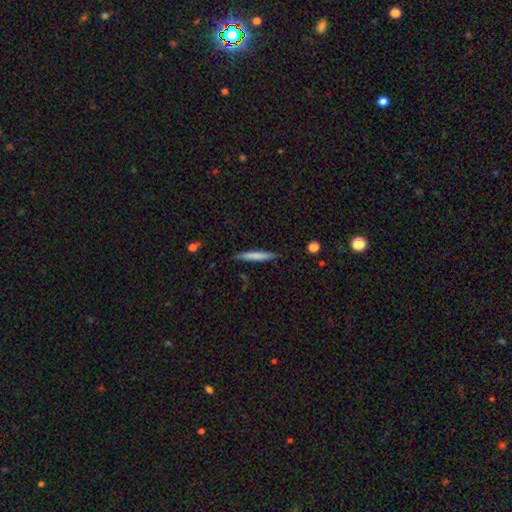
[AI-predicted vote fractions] A smooth galaxy with no disk features (71%) that is cigar-shaped (94%). Merging: none (84%).